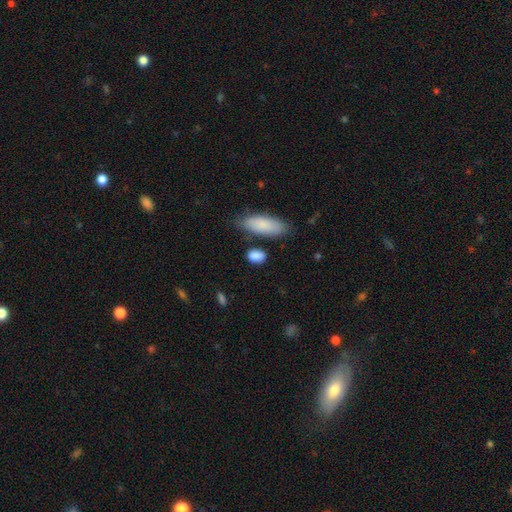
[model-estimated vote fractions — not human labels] smooth-or-featured: smooth: 87% | star or artifact: 7% | featured or disk: 6%
  how-rounded: in between: 77% | round: 17% | cigar-shaped: 7%
  merging: none: 70% | minor disturbance: 17% | merger: 8% | major disturbance: 5%